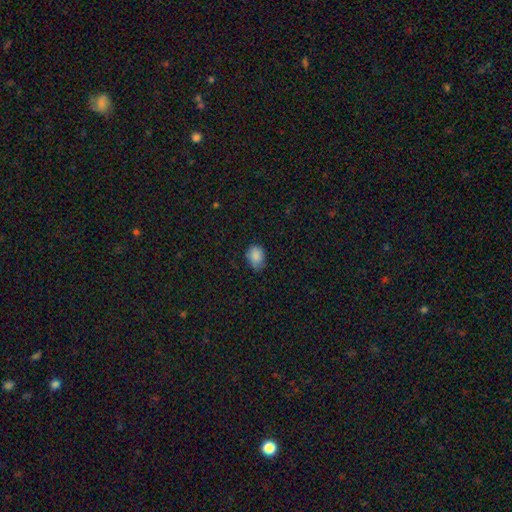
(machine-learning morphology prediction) The model was most divided on "how rounded": in between: 63%, round: 36%, cigar-shaped: 1%. More confident: smooth or featured — smooth (86%); merging — none (65%).